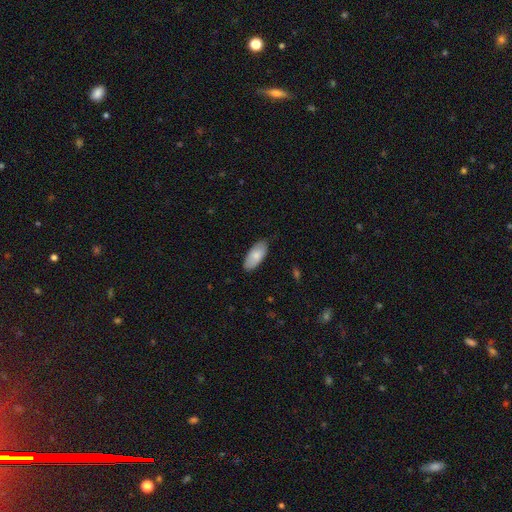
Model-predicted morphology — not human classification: Overall: smooth (82%). How rounded: in between (90%). Merging: none (81%).